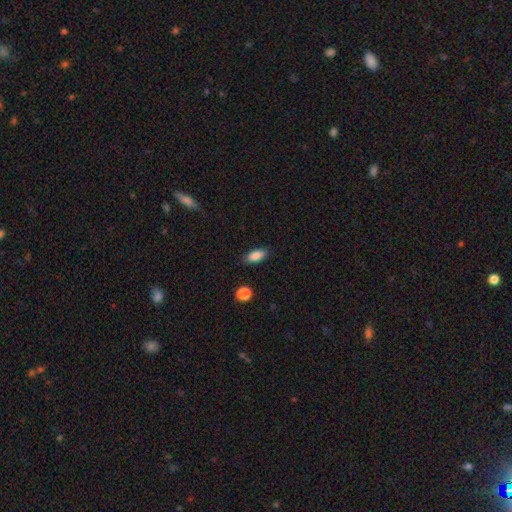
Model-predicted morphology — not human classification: A smooth galaxy with no disk features (86%) that is in between round and cigar-shaped (86%). Merging: none (86%).